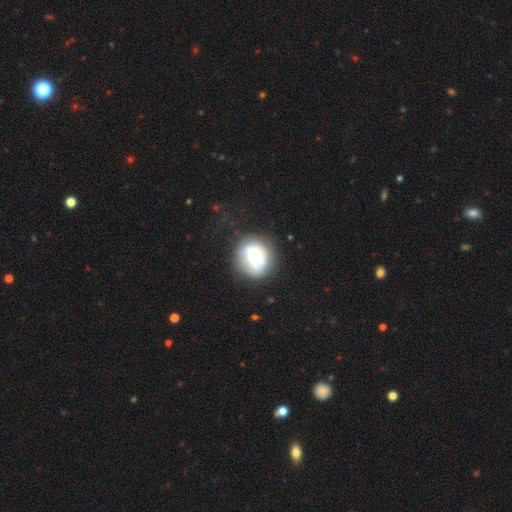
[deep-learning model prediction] A smooth galaxy with no disk features (53%) that is round (81%). Merging: none (60%).